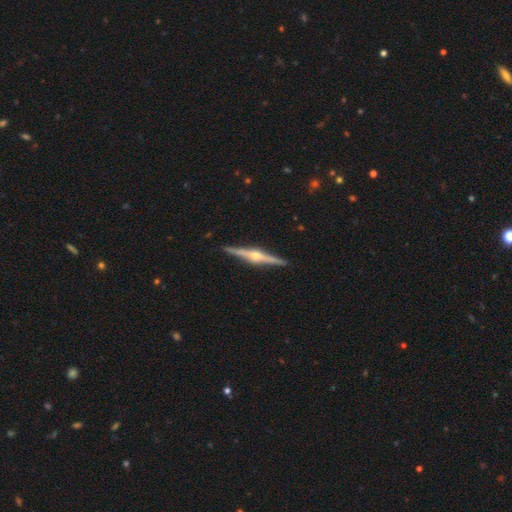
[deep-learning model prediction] A featured or disk galaxy (86%) viewed edge-on (99%) with a rounded central bulge (91%).

Vote fractions:
- Smooth or featured? featured or disk: 86% / smooth: 9% / star or artifact: 5%
- Edge-on disk? yes: 99% / no: 1%
- Edge-on bulge? rounded: 91% / boxy: 6% / none: 3%
- Merging? none: 92% / minor disturbance: 6% / major disturbance: 1% / merger: 1%